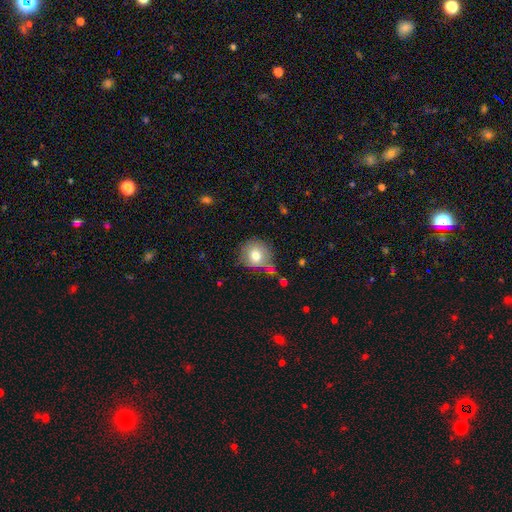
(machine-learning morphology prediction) Smooth or featured?
  - smooth: 76% *
  - featured or disk: 15%
  - star or artifact: 9%
How rounded?
  - round: 87% *
  - in between: 12%
  - cigar-shaped: 1%
Merging?
  - none: 60% *
  - minor disturbance: 22%
  - merger: 11%
  - major disturbance: 8%